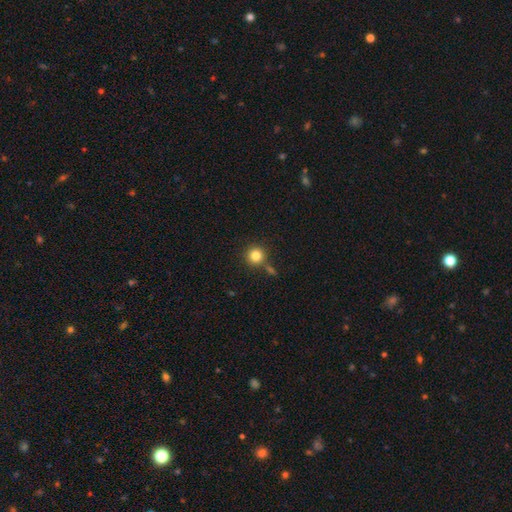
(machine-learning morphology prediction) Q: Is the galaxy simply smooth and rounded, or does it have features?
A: smooth — 83%.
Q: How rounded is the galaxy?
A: round — 94%.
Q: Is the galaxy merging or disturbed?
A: none — 76%.